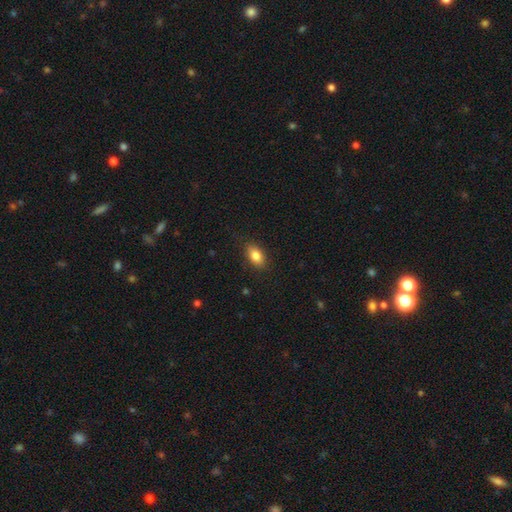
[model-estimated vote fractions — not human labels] Morphology: type=smooth (84%); roundness=in between (88%); merging=none (86%).